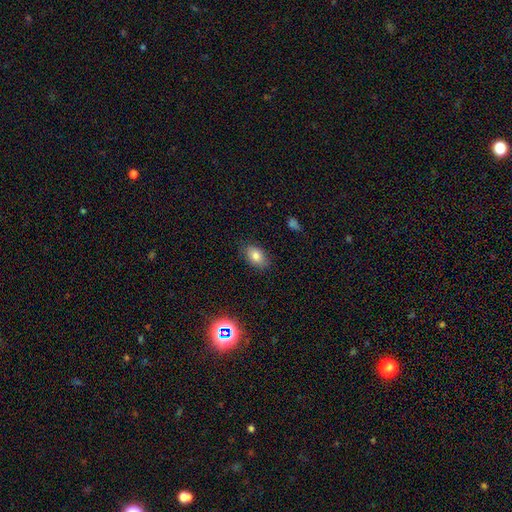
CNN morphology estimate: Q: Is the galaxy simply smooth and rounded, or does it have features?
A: smooth — 81%.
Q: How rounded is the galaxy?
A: in between — 88%.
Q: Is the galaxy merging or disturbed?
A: none — 84%.